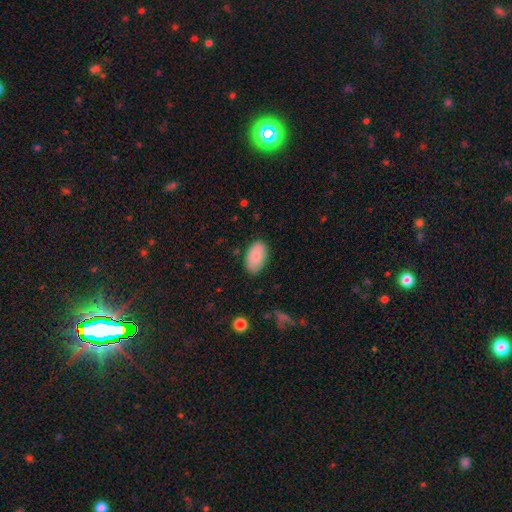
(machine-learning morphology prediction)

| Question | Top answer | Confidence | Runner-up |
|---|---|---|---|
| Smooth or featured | smooth | 86% | featured or disk (7%) |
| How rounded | in between | 94% | round (4%) |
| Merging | none | 84% | minor disturbance (12%) |